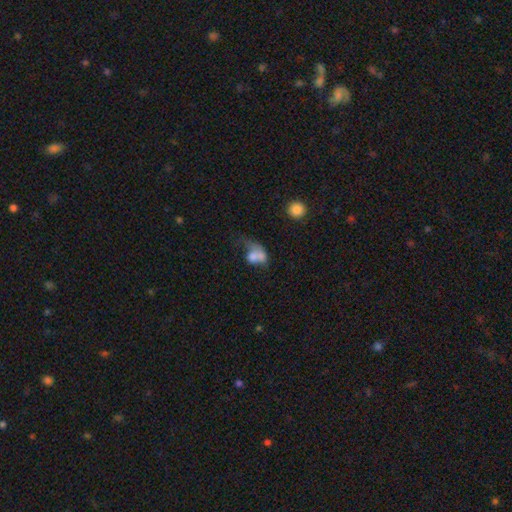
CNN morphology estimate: This appears to be a smooth galaxy with no disk features (64%) that is in between round and cigar-shaped (66%). Merging: major disturbance (35%).